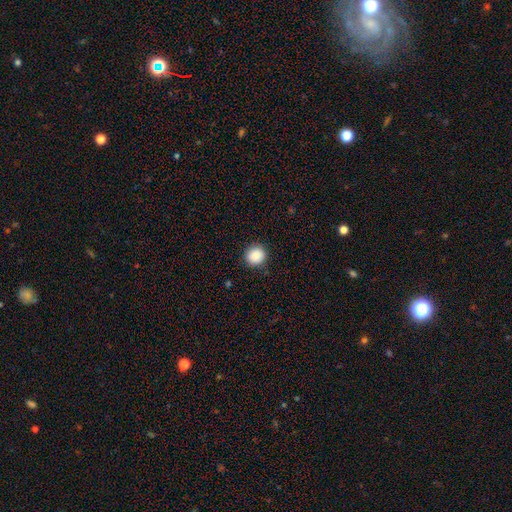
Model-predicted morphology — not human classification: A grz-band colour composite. It shows a smooth galaxy with no disk features (88%) that is round (91%). Merging: none (90%).